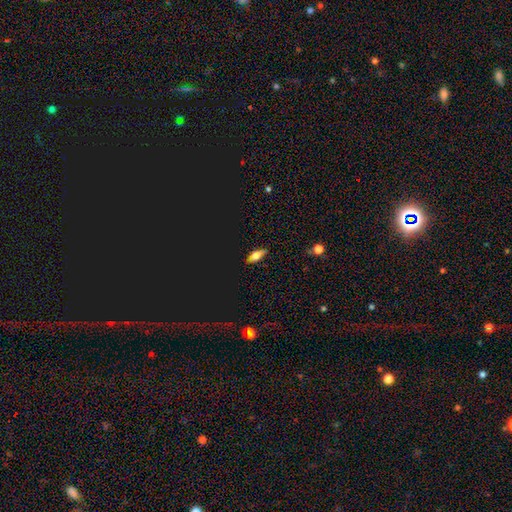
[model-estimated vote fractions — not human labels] This is possibly a smooth galaxy (54%). How rounded: likely in between (72%). Merging: clearly none (82%).